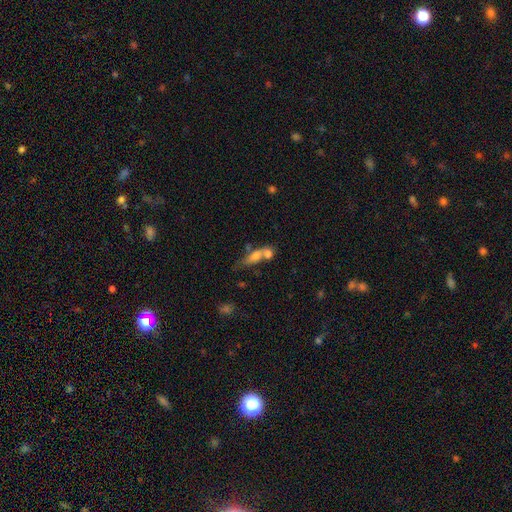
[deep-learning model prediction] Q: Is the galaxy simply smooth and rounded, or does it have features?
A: smooth — 65%.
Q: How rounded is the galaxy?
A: in between — 53%.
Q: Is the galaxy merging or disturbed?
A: merger — 47%.